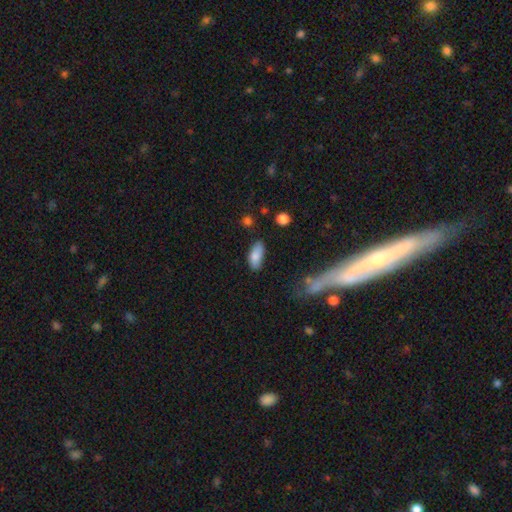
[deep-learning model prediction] Smooth or featured? smooth (85%)
How rounded? in between (88%)
Merging? none (74%)